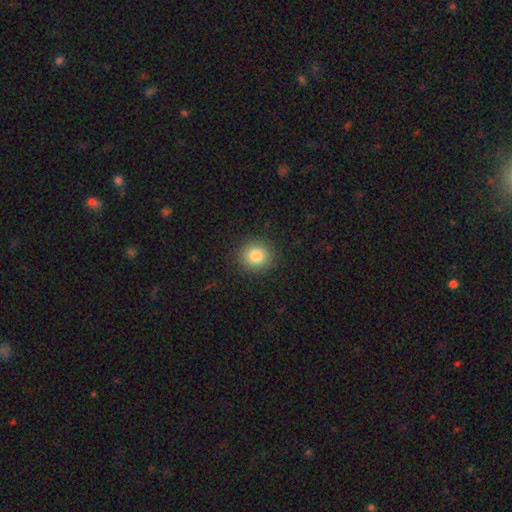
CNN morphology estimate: type=smooth (84%); roundness=round (85%); merging=none (90%).